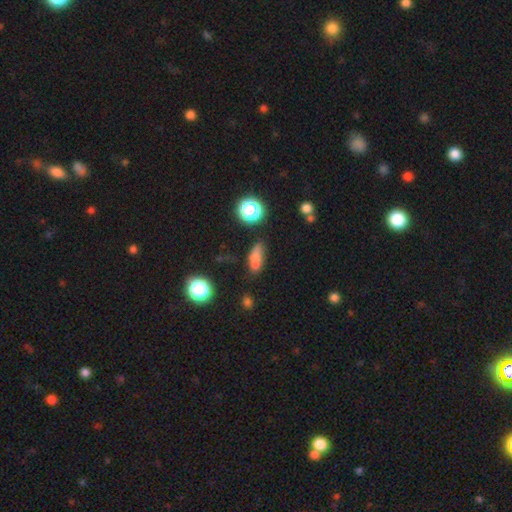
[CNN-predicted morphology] Q: Smooth or featured?
A: smooth (69%); runner-up: star or artifact (18%)
Q: How rounded?
A: in between (62%); runner-up: cigar-shaped (24%)
Q: Merging?
A: none (53%); runner-up: minor disturbance (20%)